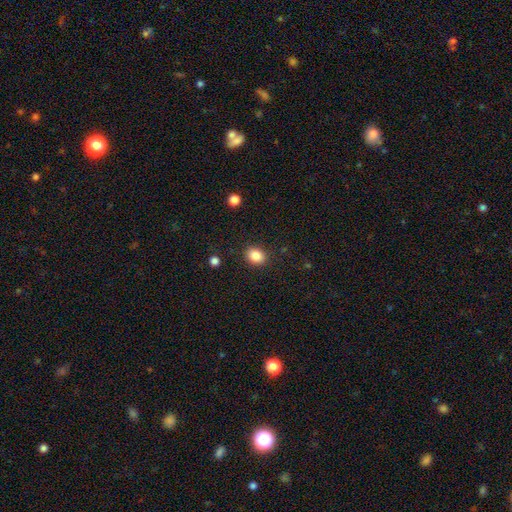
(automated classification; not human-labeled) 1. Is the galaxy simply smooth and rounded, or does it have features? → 86% smooth, 10% star or artifact, 4% featured or disk.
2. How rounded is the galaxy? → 51% round, 48% in between, 1% cigar-shaped.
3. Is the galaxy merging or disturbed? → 88% none, 8% minor disturbance, 3% major disturbance, 1% merger.